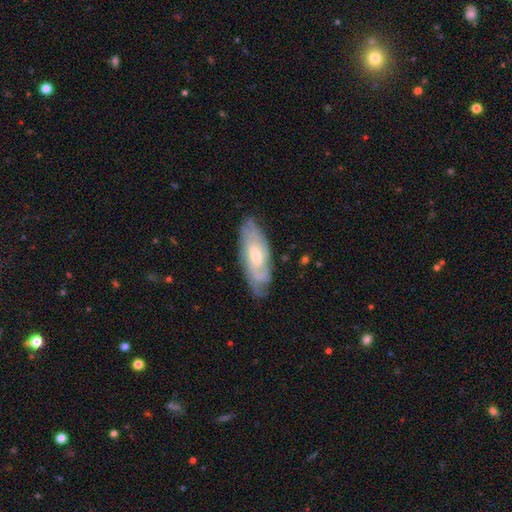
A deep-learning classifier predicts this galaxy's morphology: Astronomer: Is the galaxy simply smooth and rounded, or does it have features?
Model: featured or disk — 71%.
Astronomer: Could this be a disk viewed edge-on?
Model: no — 84%.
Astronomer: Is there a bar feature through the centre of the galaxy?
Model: no — 54% (runner-up: weak, 38%).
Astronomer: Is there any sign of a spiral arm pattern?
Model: yes — 88%.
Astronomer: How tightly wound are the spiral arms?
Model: tight — 63%.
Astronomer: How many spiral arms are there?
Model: can't tell — 54%.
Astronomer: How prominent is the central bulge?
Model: moderate — 54% (runner-up: small, 38%).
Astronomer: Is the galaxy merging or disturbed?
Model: none — 75%.